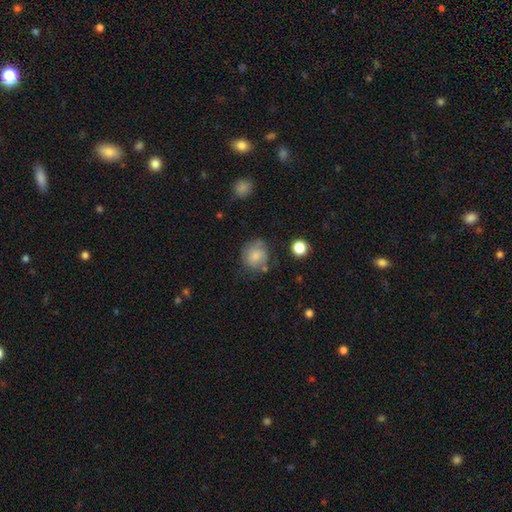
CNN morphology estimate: Smooth or featured: smooth — 71% (featured or disk — 20%)
How rounded: round — 82% (in between — 17%)
Merging: none — 59% (minor disturbance — 24%)